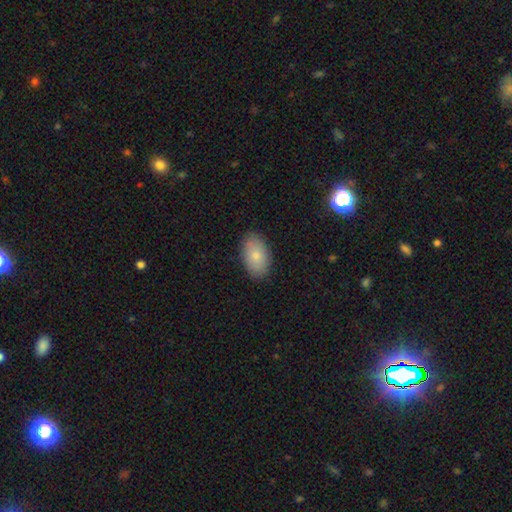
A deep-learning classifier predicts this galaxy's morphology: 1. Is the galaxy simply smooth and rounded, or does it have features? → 82% smooth, 12% featured or disk, 7% star or artifact.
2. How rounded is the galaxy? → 93% in between, 6% round, 1% cigar-shaped.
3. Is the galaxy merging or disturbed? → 86% none, 10% minor disturbance, 2% major disturbance, 1% merger.